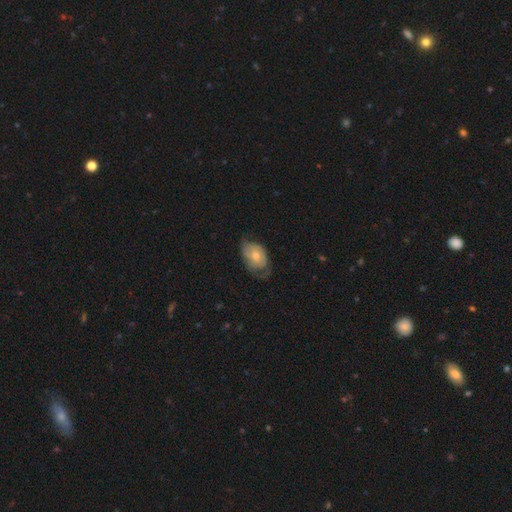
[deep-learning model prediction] A smooth galaxy with no disk features (49%).

Vote fractions:
- Smooth or featured? smooth: 49% / featured or disk: 45% / star or artifact: 6%
- Merging? none: 40% / minor disturbance: 36% / major disturbance: 23% / merger: 1%